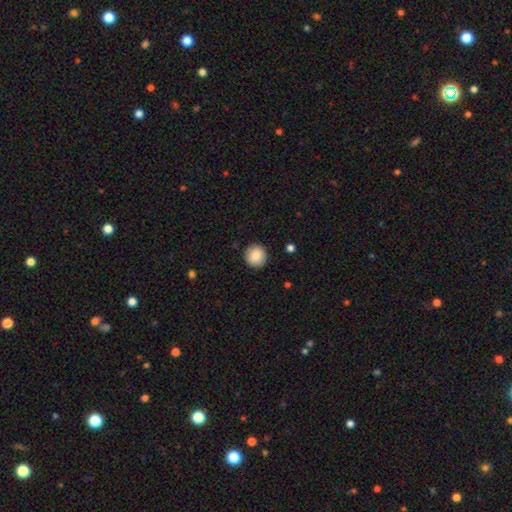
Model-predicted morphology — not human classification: This is clearly a smooth galaxy (87%). How rounded: clearly round (95%). Merging: clearly none (92%).